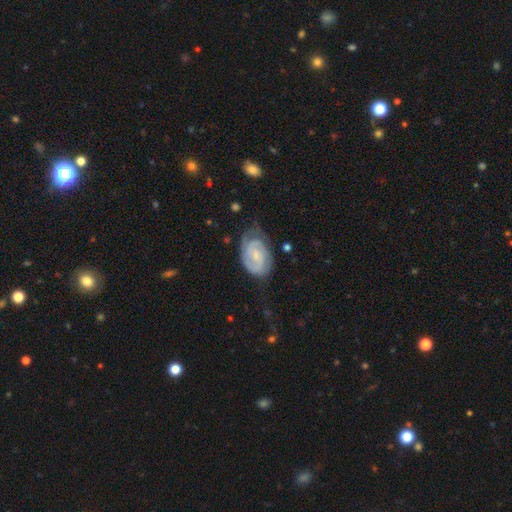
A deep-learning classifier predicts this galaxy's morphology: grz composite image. It shows a featured or disk galaxy (78%) with no bar (51%), 2 (65%) tight (56%) spiral arms (94%) and a small central bulge (62%). Merging: none (56%).